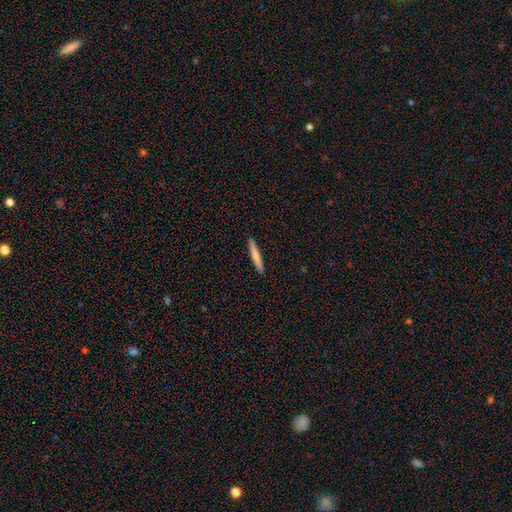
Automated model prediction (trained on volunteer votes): Smooth or featured: smooth — 69% (featured or disk — 25%)
How rounded: cigar-shaped — 94% (in between — 4%)
Merging: none — 92% (minor disturbance — 6%)